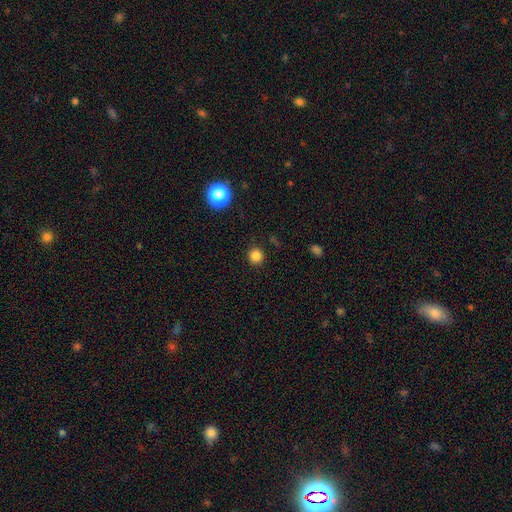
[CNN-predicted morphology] A smooth galaxy with no disk features (84%) that is round (94%). Merging: none (91%).